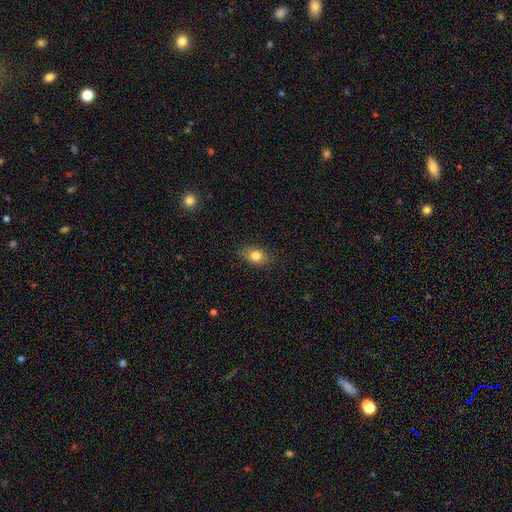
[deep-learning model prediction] A smooth galaxy with no disk features (81%) that is in between round and cigar-shaped (73%). Merging: none (83%).